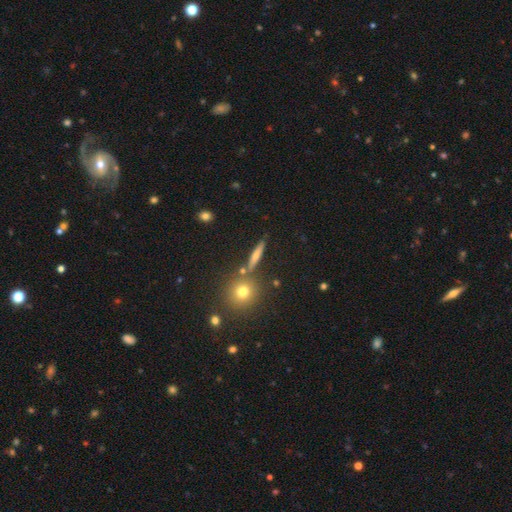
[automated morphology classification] Smooth or featured?
  - smooth: 52% *
  - featured or disk: 35%
  - star or artifact: 13%
How rounded?
  - cigar-shaped: 72% *
  - in between: 15%
  - round: 13%
Merging?
  - none: 82% *
  - minor disturbance: 9%
  - merger: 6%
  - major disturbance: 3%